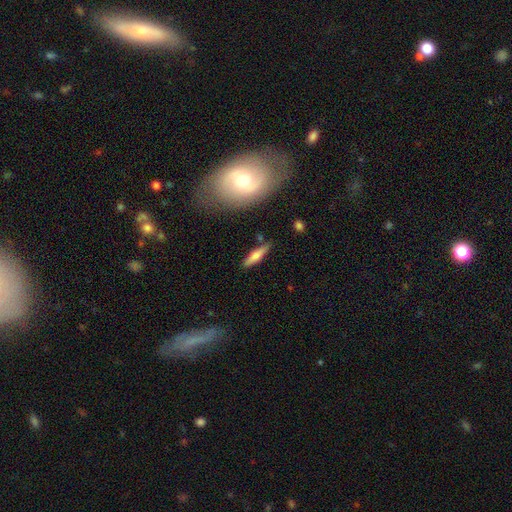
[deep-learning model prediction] A smooth galaxy with no disk features (59%) that is cigar-shaped (71%). Merging: none (82%).